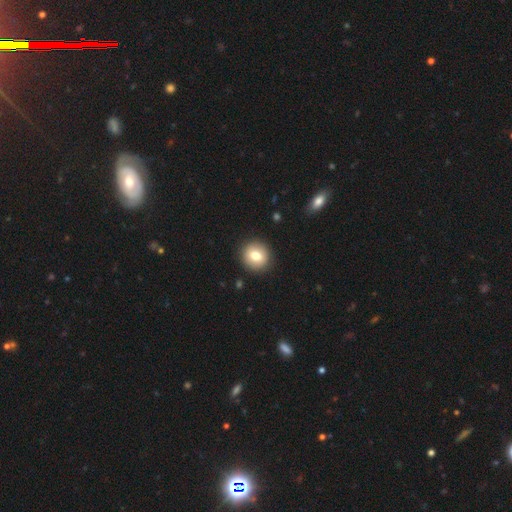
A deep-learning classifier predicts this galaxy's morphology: Smooth or featured? Predicted: smooth (p=0.76). How rounded? Predicted: round (p=0.91). Merging? Predicted: none (p=0.91).